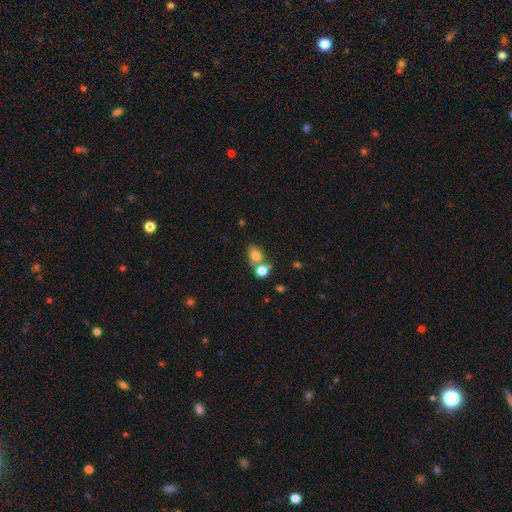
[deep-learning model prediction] Smooth or featured? Predicted: smooth (p=0.77). How rounded? Predicted: in between (p=0.54). Merging? Predicted: none (p=0.47).